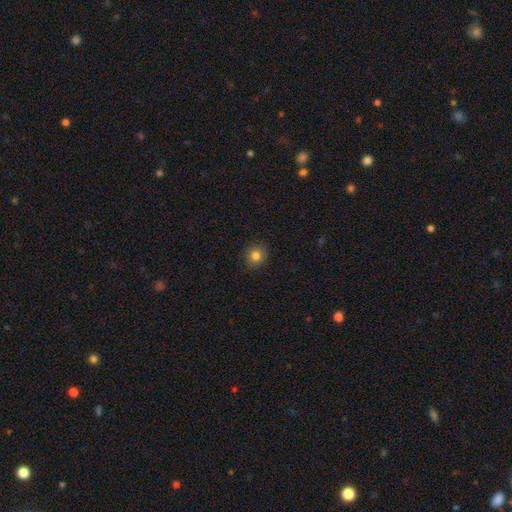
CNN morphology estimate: Smooth or featured: smooth — 81% (star or artifact — 12%)
How rounded: round — 86% (in between — 13%)
Merging: none — 90% (minor disturbance — 7%)